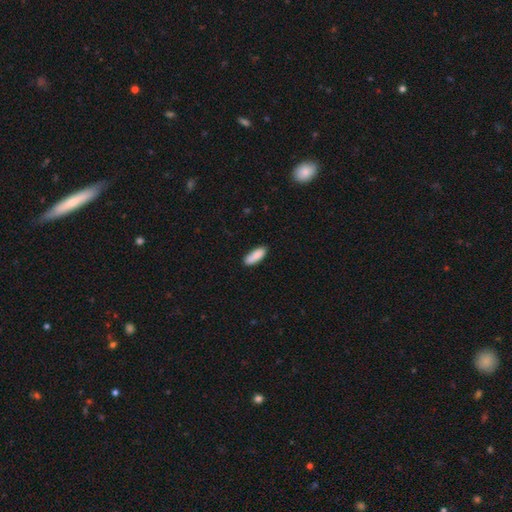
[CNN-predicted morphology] type=smooth (87%); roundness=in between (63%); merging=none (79%).